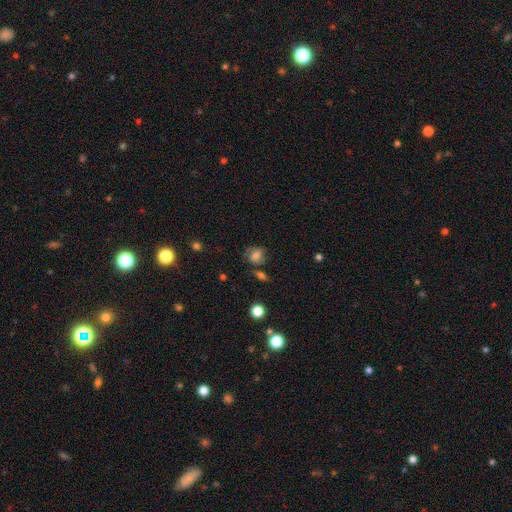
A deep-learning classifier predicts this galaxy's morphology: The model was most divided on "how rounded": round: 57%, in between: 42%, cigar-shaped: 1%. More confident: merging — none (58%); smooth or featured — smooth (57%).